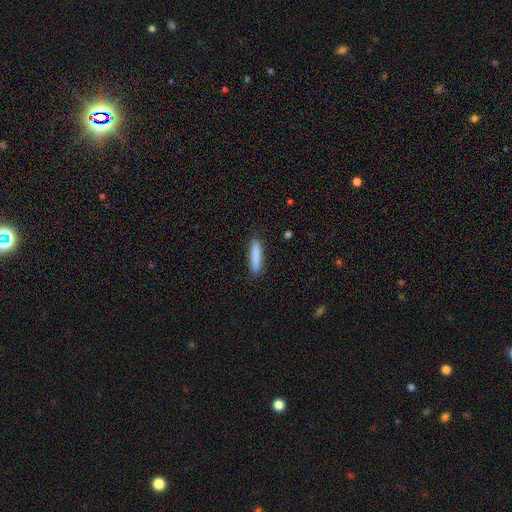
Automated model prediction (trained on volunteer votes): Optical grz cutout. It shows a smooth galaxy with no disk features (85%) that is cigar-shaped (86%). Merging: none (88%).